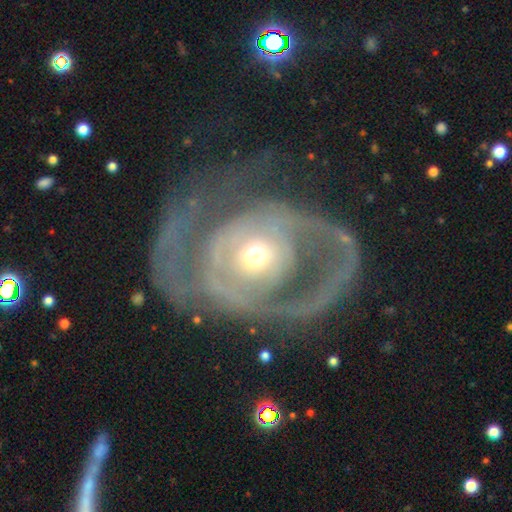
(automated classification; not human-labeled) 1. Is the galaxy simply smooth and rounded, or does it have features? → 79% featured or disk, 15% smooth, 6% star or artifact.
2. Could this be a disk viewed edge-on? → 96% no, 4% yes.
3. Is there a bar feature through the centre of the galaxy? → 75% no, 17% weak, 8% strong.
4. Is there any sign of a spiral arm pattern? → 63% yes, 37% no.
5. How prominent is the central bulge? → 53% moderate, 39% small, 6% large, 1% dominant, 1% none.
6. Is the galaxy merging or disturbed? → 50% major disturbance, 31% none, 16% minor disturbance, 4% merger.